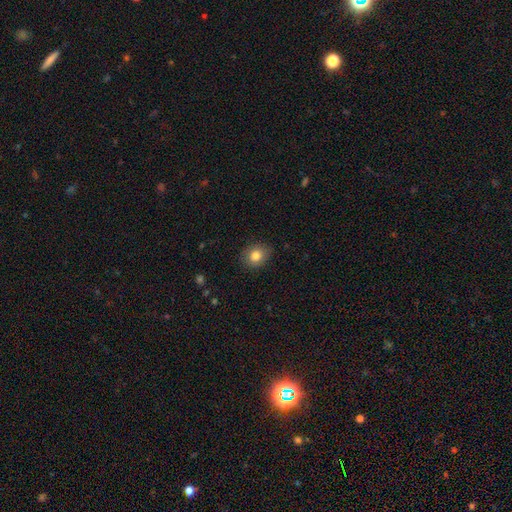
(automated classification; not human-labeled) This is clearly a smooth galaxy (82%). How rounded: possibly round (53%). Merging: clearly none (86%).